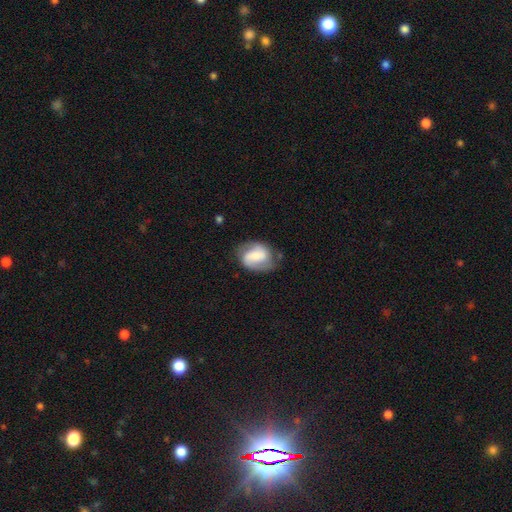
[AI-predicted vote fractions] This is likely a featured or disk galaxy (61%). It is clearly not viewed edge-on (97%). Bar: marginally weak (43%). Spiral arm pattern: clearly yes (88%). Spiral arm count: clearly 2 (83%). Spiral winding: possibly medium (46%). Central bulge: marginally small (36%). Merging: likely none (63%).